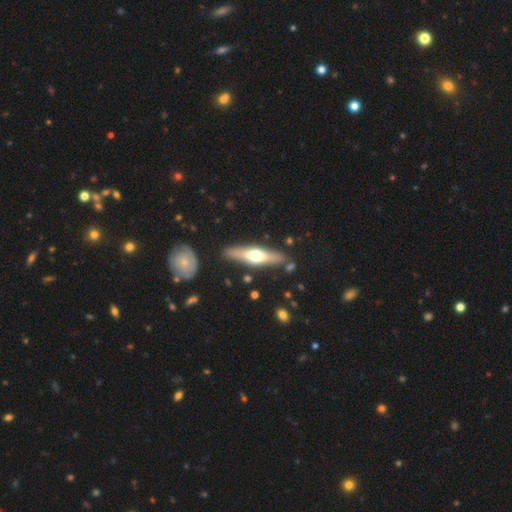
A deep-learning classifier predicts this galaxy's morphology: smooth-or-featured: featured or disk: 55% | smooth: 40% | star or artifact: 5%
  disk-edge-on: yes: 90% | no: 10%
  merging: none: 83% | minor disturbance: 11% | merger: 3% | major disturbance: 2%